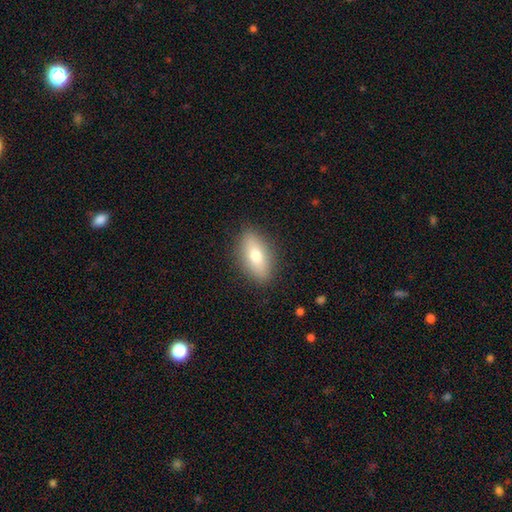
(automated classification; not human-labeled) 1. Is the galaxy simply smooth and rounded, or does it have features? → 70% smooth, 23% featured or disk, 7% star or artifact.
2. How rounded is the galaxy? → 83% in between, 12% cigar-shaped, 5% round.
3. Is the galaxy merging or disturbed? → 88% none, 9% minor disturbance, 2% major disturbance, 1% merger.